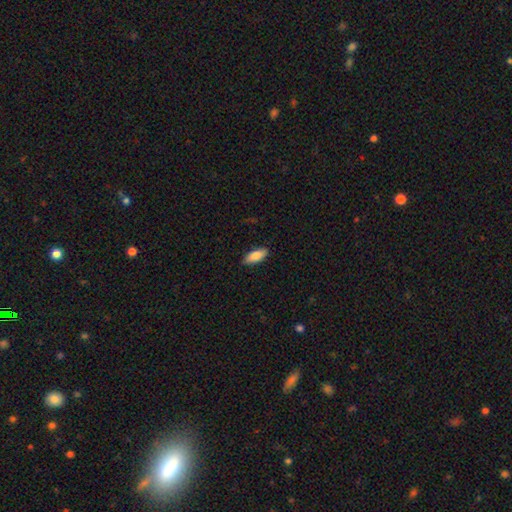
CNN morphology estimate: Overall: smooth (87%). How rounded: in between (79%). Merging: none (87%).